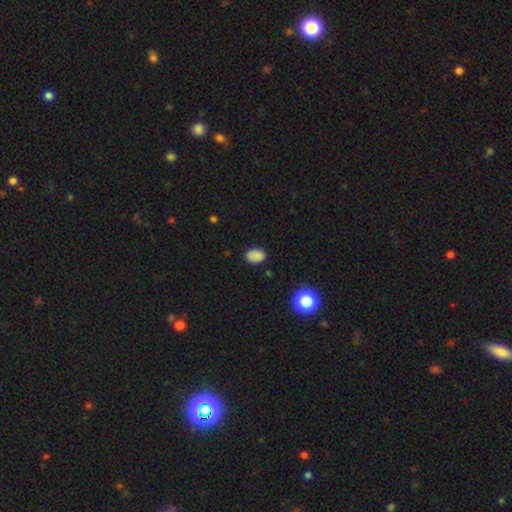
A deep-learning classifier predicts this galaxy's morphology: A smooth galaxy with no disk features (85%) that is in between round and cigar-shaped (81%).

Vote fractions:
- Smooth or featured? smooth: 85% / star or artifact: 12% / featured or disk: 4%
- How rounded? in between: 81% / round: 17% / cigar-shaped: 1%
- Merging? none: 83% / minor disturbance: 13% / major disturbance: 3% / merger: 1%